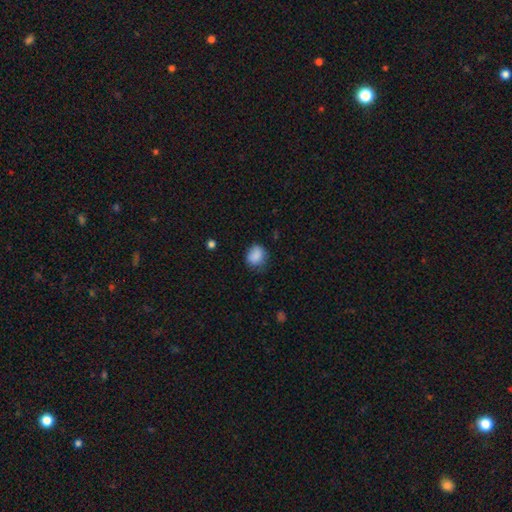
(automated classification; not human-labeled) smooth 87%, star or artifact 9%, featured or disk 5%. Down the decision tree: how rounded — round (58%); merging — none (68%).